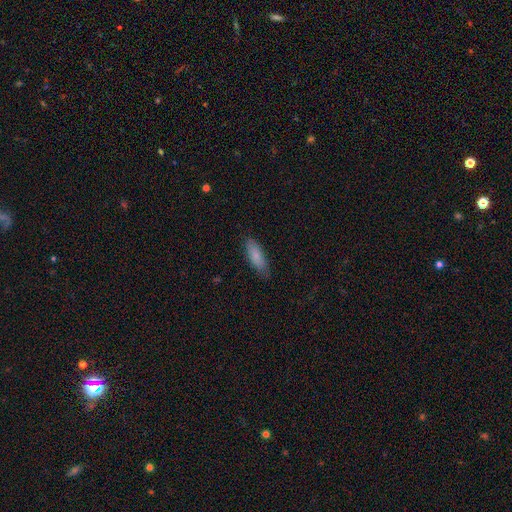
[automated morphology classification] The model was most divided on "how rounded": in between: 61%, cigar-shaped: 37%, round: 2%. More confident: smooth or featured — smooth (84%); merging — none (79%).